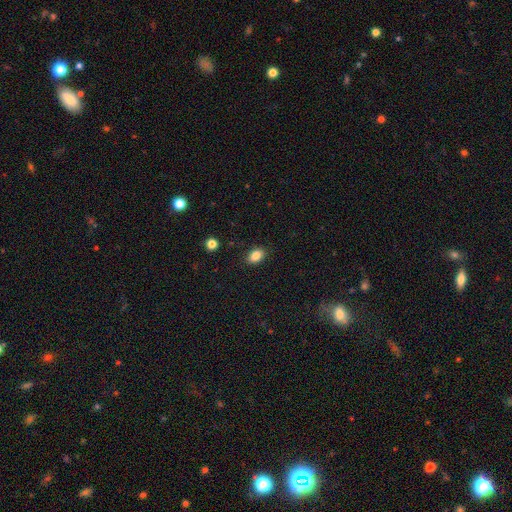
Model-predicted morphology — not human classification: The model was most divided on "how rounded": in between: 83%, round: 16%, cigar-shaped: 1%. More confident: merging — none (88%); smooth or featured — smooth (85%).